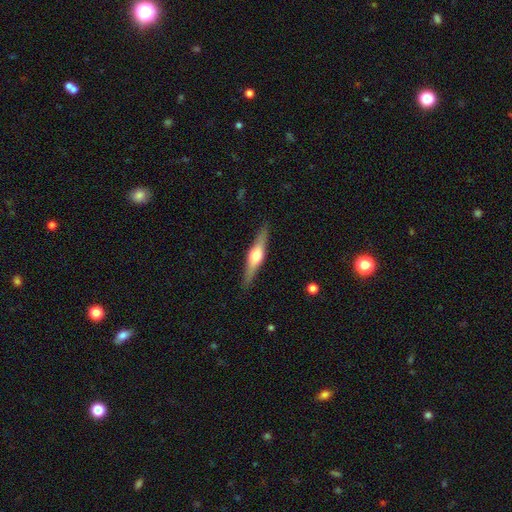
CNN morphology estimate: Q: Smooth or featured?
A: featured or disk (68%); runner-up: smooth (27%)
Q: Edge-on disk?
A: yes (97%); runner-up: no (3%)
Q: Edge-on bulge?
A: rounded (93%); runner-up: boxy (5%)
Q: Merging?
A: none (89%); runner-up: minor disturbance (8%)